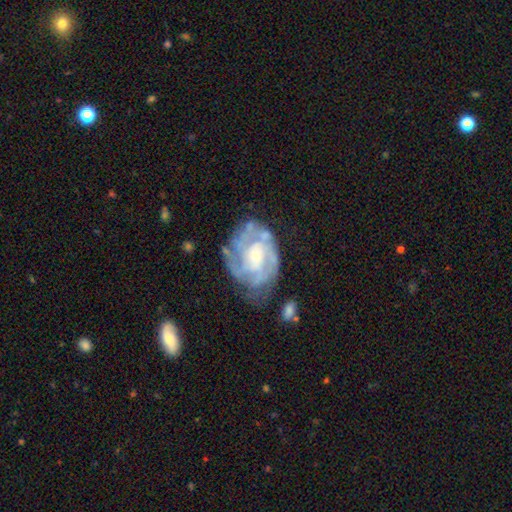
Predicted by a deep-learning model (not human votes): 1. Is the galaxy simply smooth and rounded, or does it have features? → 83% featured or disk, 11% smooth, 6% star or artifact.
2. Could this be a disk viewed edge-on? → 97% no, 3% yes.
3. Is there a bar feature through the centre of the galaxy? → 65% no, 29% weak, 7% strong.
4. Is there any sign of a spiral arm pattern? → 90% yes, 10% no.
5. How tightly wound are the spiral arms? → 59% tight, 33% medium, 8% loose.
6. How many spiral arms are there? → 37% can't tell, 22% 2, 20% 3, 12% 4, 5% more than 4, 5% 1.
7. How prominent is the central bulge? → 68% small, 26% moderate, 3% none, 2% large, 1% dominant.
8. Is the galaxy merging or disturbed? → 61% none, 23% minor disturbance, 12% major disturbance, 4% merger.